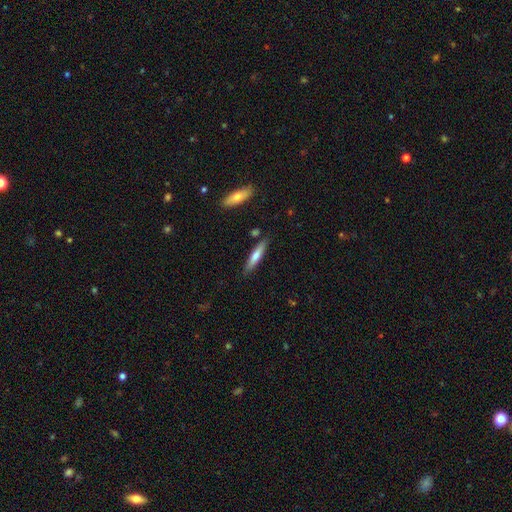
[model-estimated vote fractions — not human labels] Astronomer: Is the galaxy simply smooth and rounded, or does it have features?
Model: smooth — 65%.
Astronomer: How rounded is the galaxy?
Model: cigar-shaped — 84%.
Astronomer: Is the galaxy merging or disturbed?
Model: none — 84%.